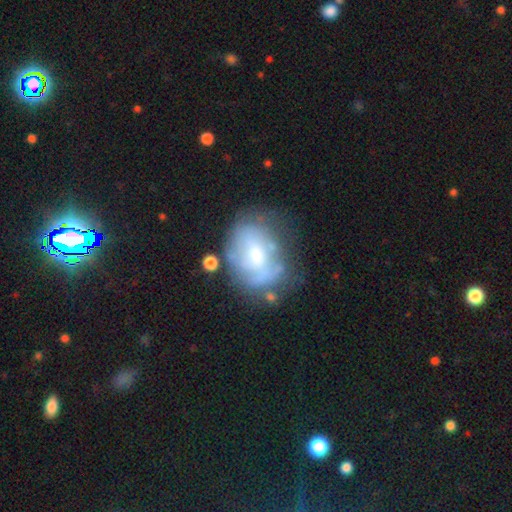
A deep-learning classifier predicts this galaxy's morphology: A featured or disk galaxy (53%) with no bar (64%), no spiral arms (61%) and a moderate central bulge (54%). Merging: none (47%).